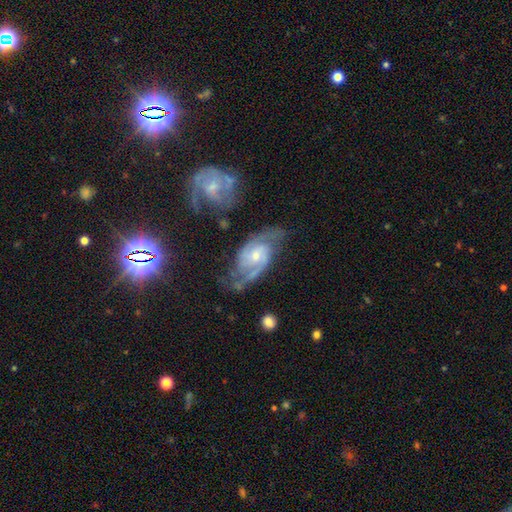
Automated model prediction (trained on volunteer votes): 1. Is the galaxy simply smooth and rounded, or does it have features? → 88% featured or disk, 7% smooth, 5% star or artifact.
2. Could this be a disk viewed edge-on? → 96% no, 4% yes.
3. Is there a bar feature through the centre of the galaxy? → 53% no, 39% weak, 9% strong.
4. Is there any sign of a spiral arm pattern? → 97% yes, 3% no.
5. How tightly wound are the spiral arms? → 51% medium, 34% tight, 15% loose.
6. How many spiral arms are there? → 76% 2, 9% 3, 8% can't tell, 2% 1, 2% 4, 2% more than 4.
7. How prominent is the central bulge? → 59% small, 36% moderate, 2% none, 2% large, 1% dominant.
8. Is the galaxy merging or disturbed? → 64% none, 22% minor disturbance, 10% major disturbance, 5% merger.